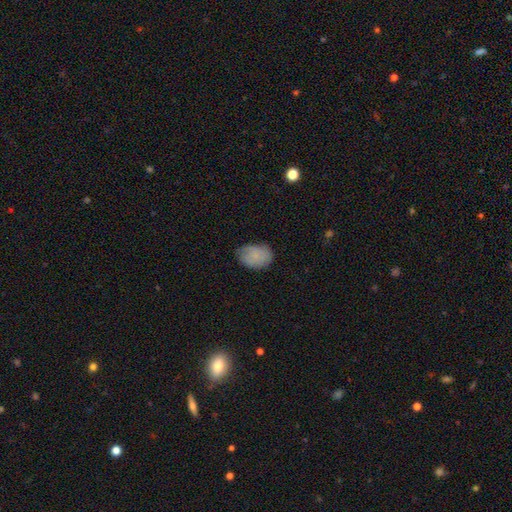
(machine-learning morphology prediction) Smooth or featured: smooth — 75% (featured or disk — 16%)
How rounded: in between — 83% (round — 16%)
Merging: none — 66% (minor disturbance — 27%)